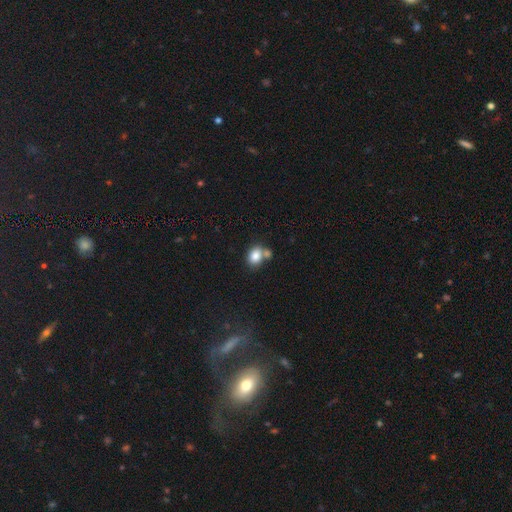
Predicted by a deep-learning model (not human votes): Smooth or featured? Predicted: smooth (p=0.82). How rounded? Predicted: in between (p=0.60). Merging? Predicted: none (p=0.45).